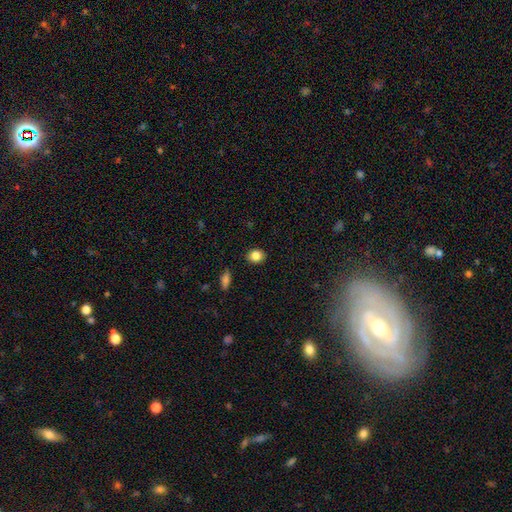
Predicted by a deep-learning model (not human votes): This is clearly a smooth galaxy (84%). How rounded: likely round (61%). Merging: clearly none (89%).